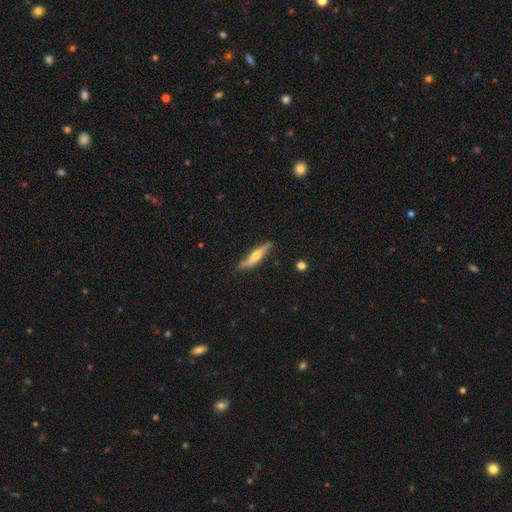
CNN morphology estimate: smooth-or-featured: featured or disk: 57% | smooth: 38% | star or artifact: 5%
  disk-edge-on: yes: 90% | no: 10%
    edge-on-bulge: rounded: 89% | none: 6% | boxy: 5%
  merging: none: 73% | minor disturbance: 21% | major disturbance: 4% | merger: 2%